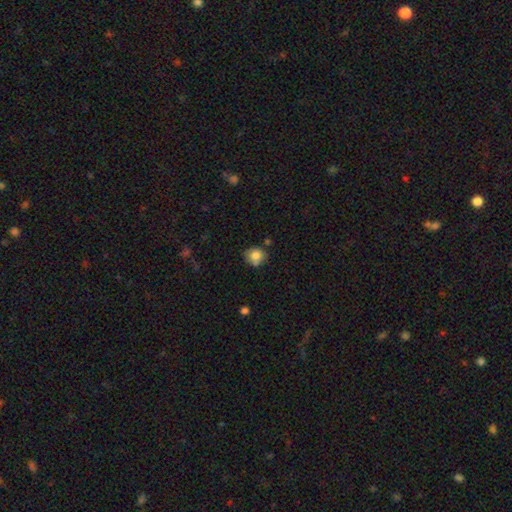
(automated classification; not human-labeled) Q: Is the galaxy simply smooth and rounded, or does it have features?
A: smooth — 80%.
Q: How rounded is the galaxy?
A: round — 79%.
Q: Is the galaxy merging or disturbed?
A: none — 69%.